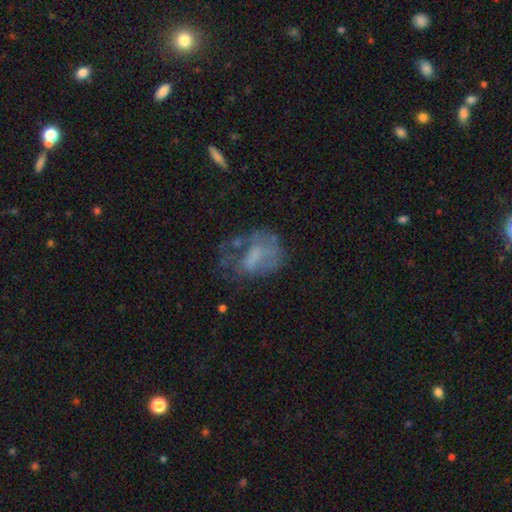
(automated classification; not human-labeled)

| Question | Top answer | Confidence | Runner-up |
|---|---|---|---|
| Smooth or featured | featured or disk | 47% | smooth (38%) |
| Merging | none | 39% | major disturbance (33%) |